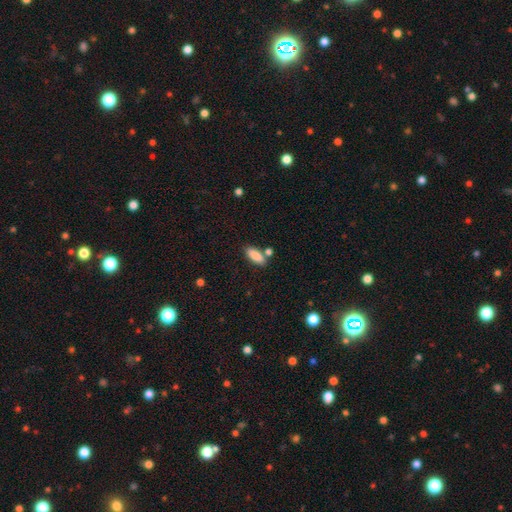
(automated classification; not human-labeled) This is clearly a smooth galaxy (87%). How rounded: likely in between (76%). Merging: likely none (73%).